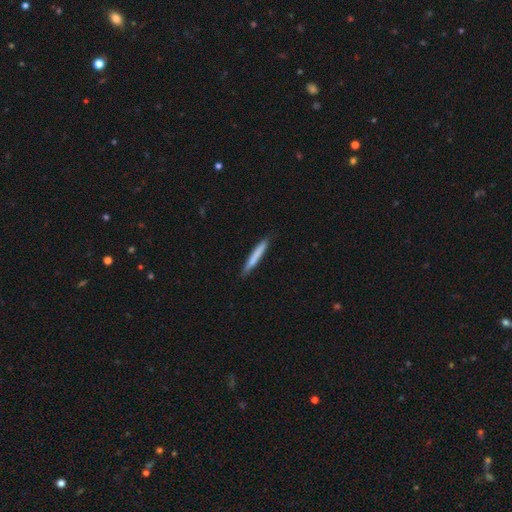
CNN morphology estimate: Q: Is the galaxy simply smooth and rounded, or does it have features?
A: smooth — 73%.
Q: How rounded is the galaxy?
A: cigar-shaped — 96%.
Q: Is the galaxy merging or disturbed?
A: none — 87%.